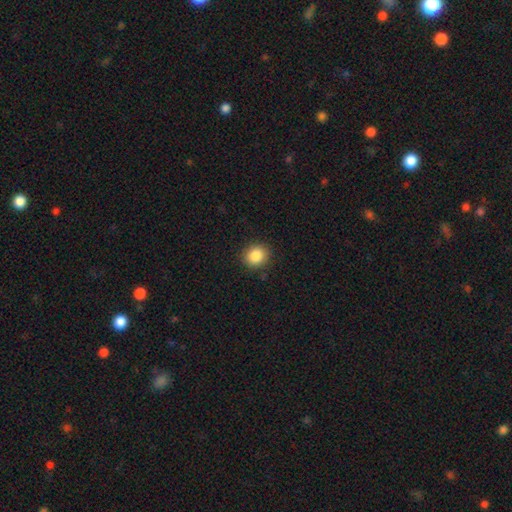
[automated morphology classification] Smooth or featured?
  - smooth: 86% *
  - star or artifact: 10%
  - featured or disk: 5%
How rounded?
  - round: 75% *
  - in between: 24%
  - cigar-shaped: 1%
Merging?
  - none: 89% *
  - minor disturbance: 7%
  - major disturbance: 2%
  - merger: 1%